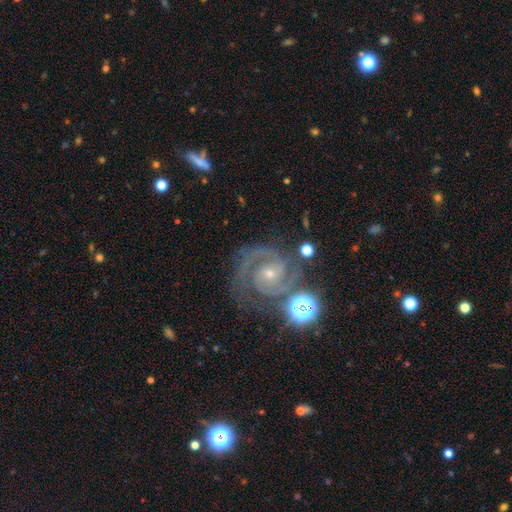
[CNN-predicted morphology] Smooth or featured? featured or disk (79%)
Edge-on disk? no (98%)
Bar? no (58%)
Spiral arms? yes (94%)
Spiral winding? tight (53%)
Spiral arm count? 2 (59%)
Bulge size? small (61%)
Merging? none (63%)